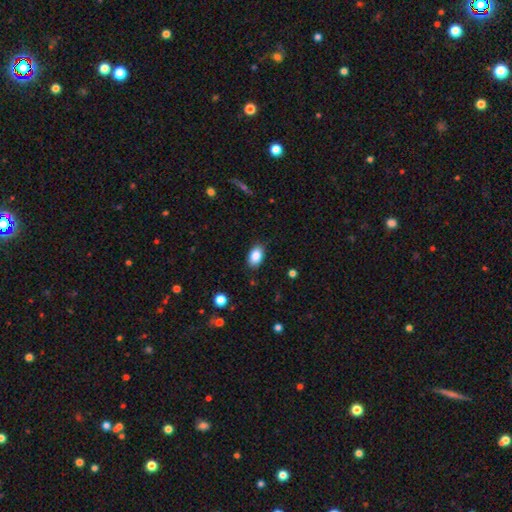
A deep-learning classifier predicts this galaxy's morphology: Overall: smooth (86%). How rounded: in between (91%). Merging: none (85%).